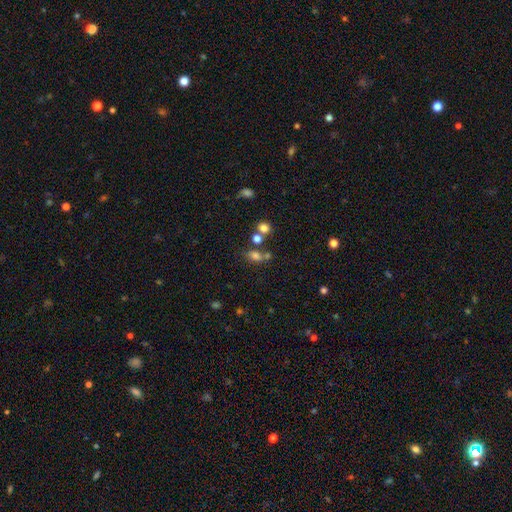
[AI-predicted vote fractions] Smooth or featured?
  - smooth: 73% *
  - star or artifact: 18%
  - featured or disk: 9%
How rounded?
  - in between: 73% *
  - round: 25%
  - cigar-shaped: 3%
Merging?
  - none: 54% *
  - merger: 25%
  - minor disturbance: 14%
  - major disturbance: 7%